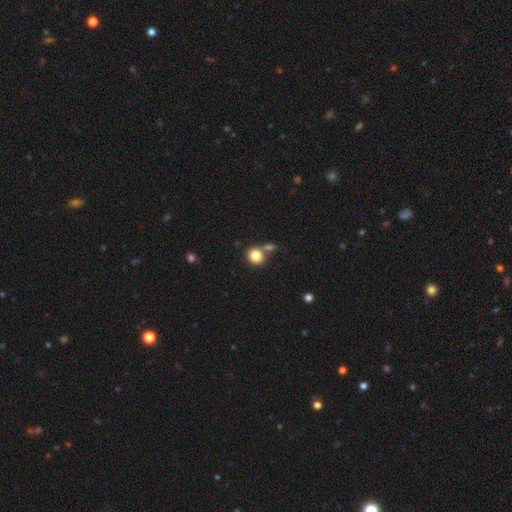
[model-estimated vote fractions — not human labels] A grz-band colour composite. It shows a smooth galaxy with no disk features (83%) that is round (85%). Merging: none (57%).